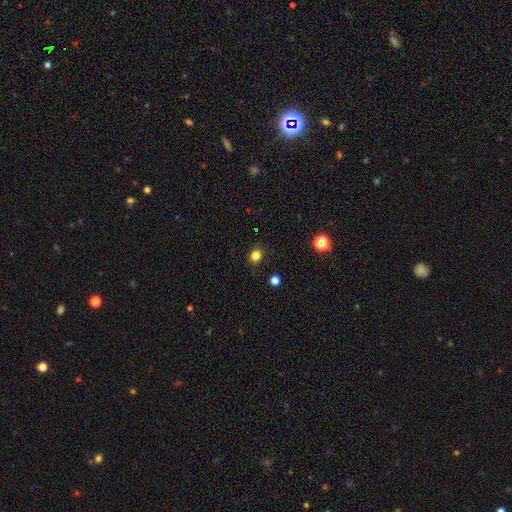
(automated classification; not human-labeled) Smooth or featured?
  - smooth: 81% *
  - star or artifact: 14%
  - featured or disk: 5%
How rounded?
  - round: 80% *
  - in between: 19%
  - cigar-shaped: 1%
Merging?
  - none: 88% *
  - minor disturbance: 9%
  - major disturbance: 2%
  - merger: 1%